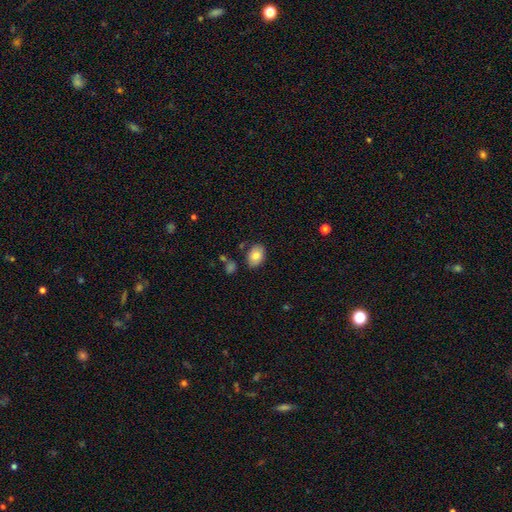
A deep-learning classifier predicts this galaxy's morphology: Smooth or featured? smooth (82%)
How rounded? in between (83%)
Merging? none (80%)